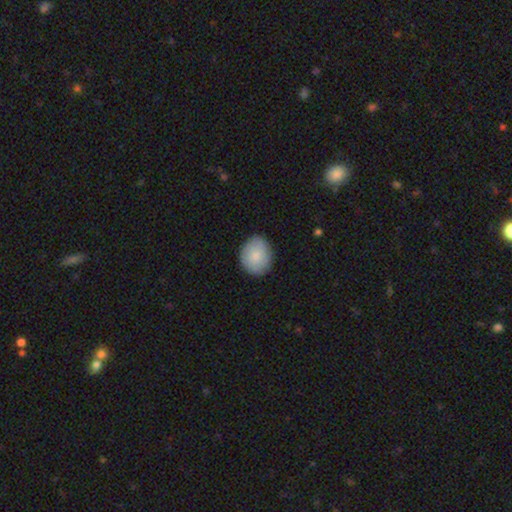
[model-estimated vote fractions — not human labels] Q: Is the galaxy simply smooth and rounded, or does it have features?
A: smooth — 84%.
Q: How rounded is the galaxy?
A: round — 63%.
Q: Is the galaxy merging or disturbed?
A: none — 85%.